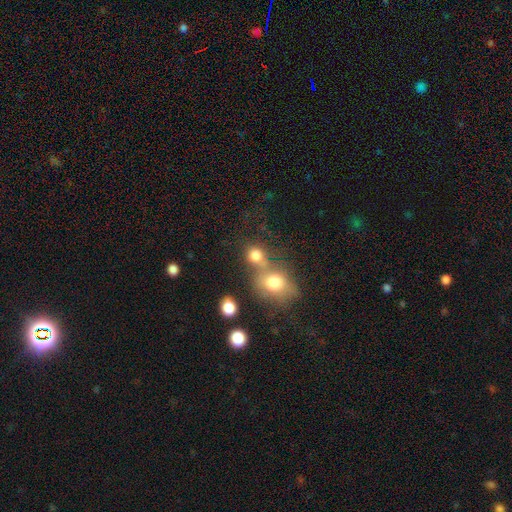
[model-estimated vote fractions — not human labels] A smooth galaxy with no disk features (77%) that is round (75%).

Vote fractions:
- Smooth or featured? smooth: 77% / star or artifact: 13% / featured or disk: 10%
- How rounded? round: 75% / in between: 23% / cigar-shaped: 1%
- Merging? merger: 46% / none: 40% / minor disturbance: 9% / major disturbance: 6%